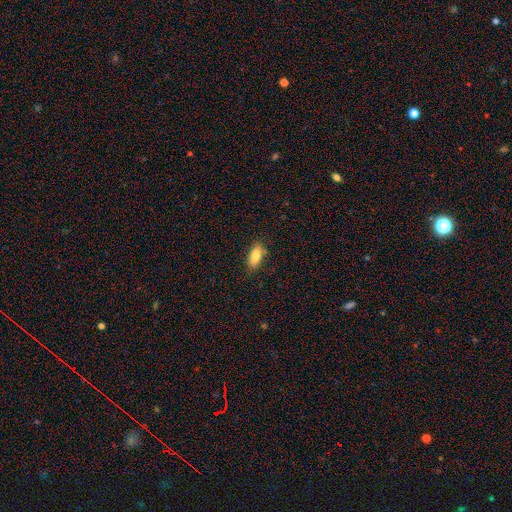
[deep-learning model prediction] A smooth galaxy with no disk features (80%) that is in between round and cigar-shaped (82%). Merging: none (81%).